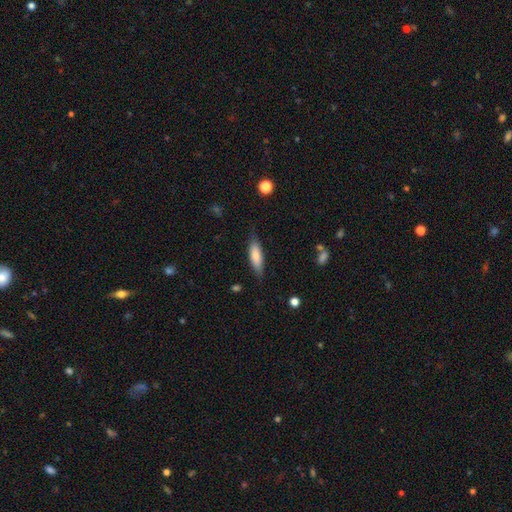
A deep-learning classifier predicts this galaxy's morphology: This appears to be a smooth galaxy with no disk features (77%) that is cigar-shaped (54%). Merging: none (79%).